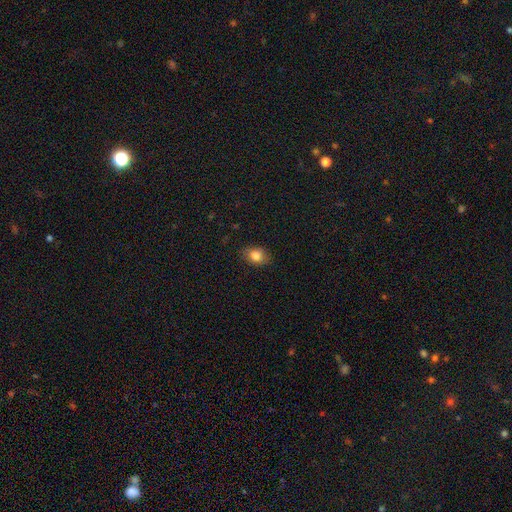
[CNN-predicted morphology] smooth_or_featured: smooth (p=0.84) [alt: star or artifact p=0.09]
how_rounded: in between (p=0.66) [alt: round p=0.33]
merging: none (p=0.81) [alt: minor disturbance p=0.15]